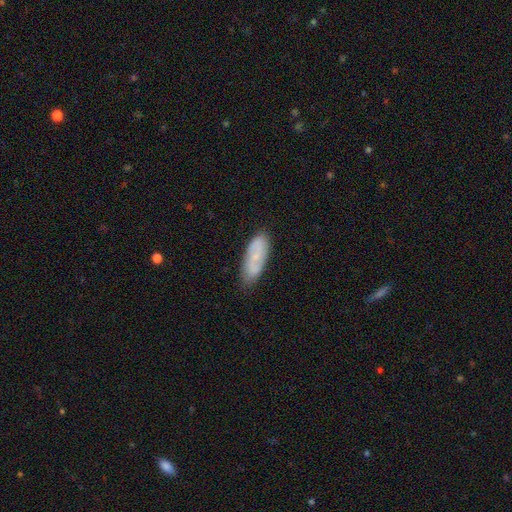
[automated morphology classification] A smooth galaxy with no disk features (48%). Merging: none (78%).